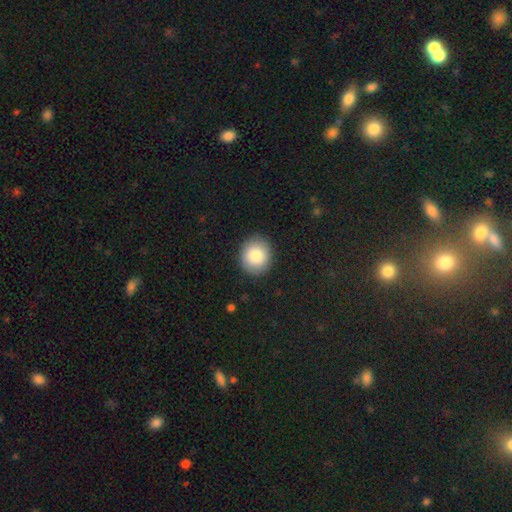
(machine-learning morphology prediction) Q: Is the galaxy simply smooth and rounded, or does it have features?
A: smooth — 83%.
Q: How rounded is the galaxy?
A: round — 80%.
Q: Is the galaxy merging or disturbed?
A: none — 89%.